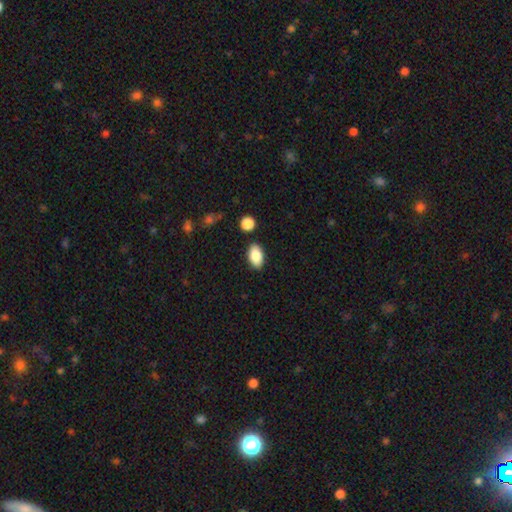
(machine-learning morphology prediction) Smooth or featured?
  - smooth: 86% *
  - star or artifact: 7%
  - featured or disk: 7%
How rounded?
  - in between: 93% *
  - round: 5%
  - cigar-shaped: 2%
Merging?
  - none: 85% *
  - minor disturbance: 9%
  - merger: 3%
  - major disturbance: 2%